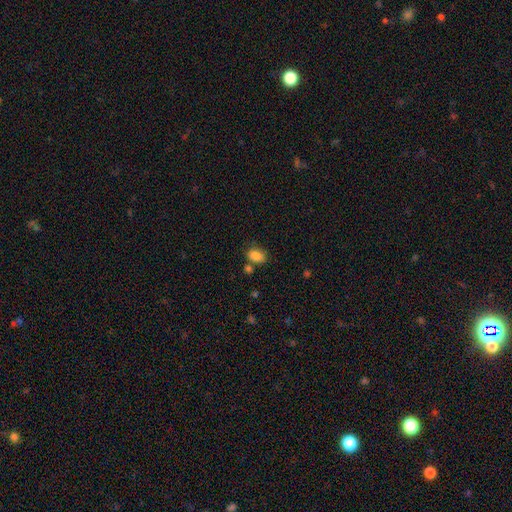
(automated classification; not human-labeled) This appears to be a smooth galaxy with no disk features (86%) that is in between round and cigar-shaped (85%). Merging: none (70%).